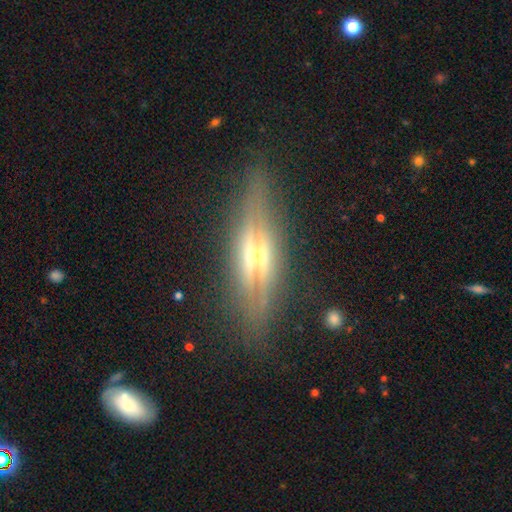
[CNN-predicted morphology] Overall: featured or disk (77%). Edge-on disk: yes (93%). Edge-on bulge: rounded (79%). Merging: none (82%).